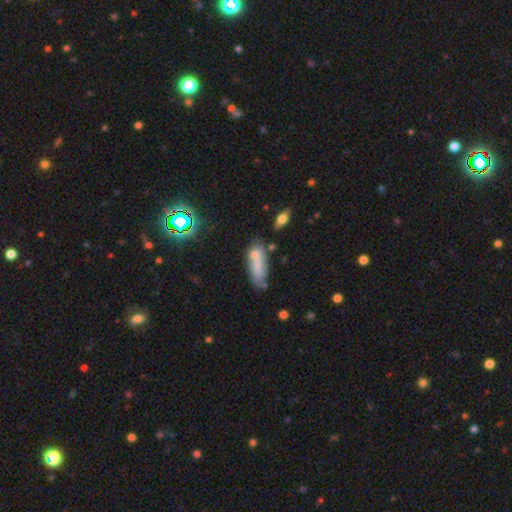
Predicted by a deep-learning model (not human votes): Smooth or featured? smooth (63%)
How rounded? in between (49%)
Merging? none (55%)